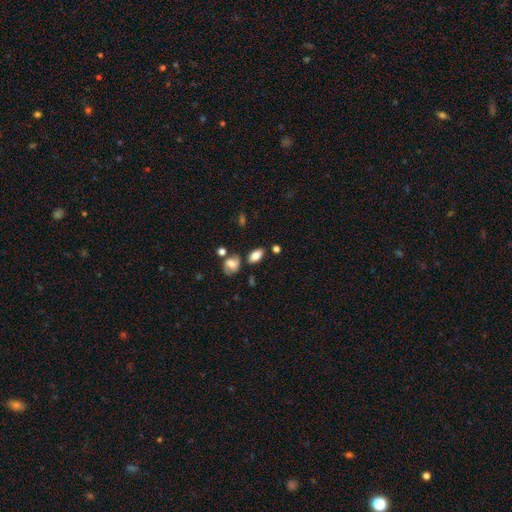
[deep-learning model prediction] smooth_or_featured: smooth (p=0.79) [alt: featured or disk p=0.13]
how_rounded: in between (p=0.87) [alt: round p=0.07]
merging: none (p=0.73) [alt: minor disturbance p=0.15]